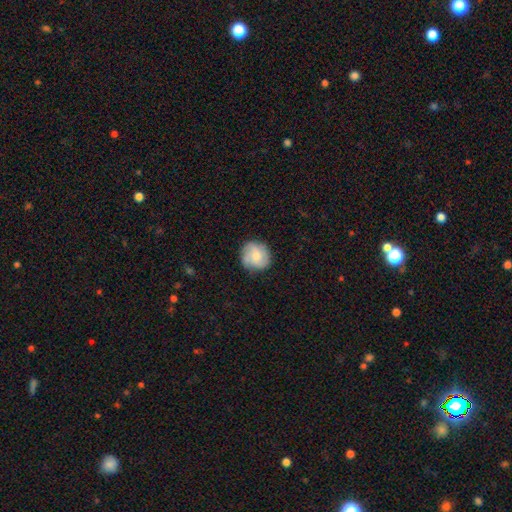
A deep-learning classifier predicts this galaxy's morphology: Overall: smooth (52%; featured or disk 40%). How rounded: round (87%). Merging: none (79%).